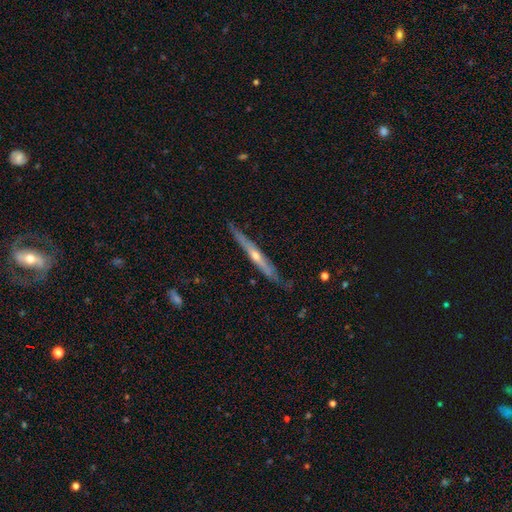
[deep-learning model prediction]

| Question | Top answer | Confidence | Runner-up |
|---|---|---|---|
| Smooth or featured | featured or disk | 74% | smooth (20%) |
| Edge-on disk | yes | 95% | no (5%) |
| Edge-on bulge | rounded | 71% | none (26%) |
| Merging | none | 82% | minor disturbance (14%) |